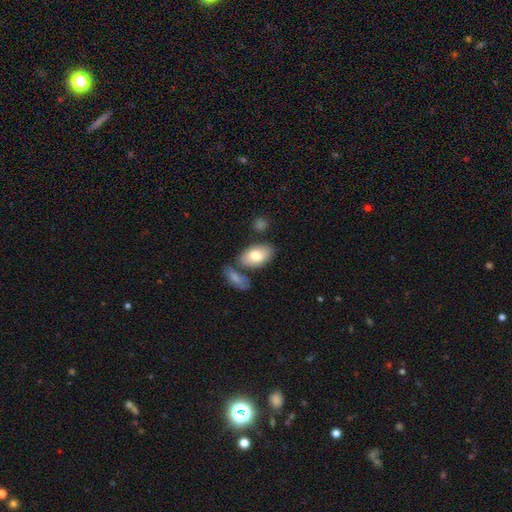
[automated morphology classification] Smooth or featured? Predicted: smooth (p=0.77). How rounded? Predicted: in between (p=0.93). Merging? Predicted: none (p=0.66).